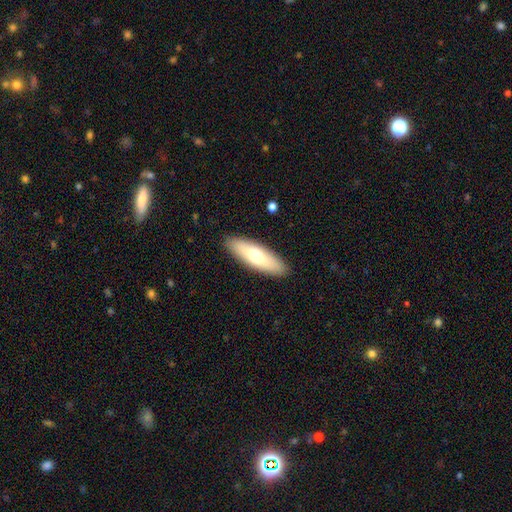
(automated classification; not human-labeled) Smooth or featured? Predicted: smooth (p=0.67). How rounded? Predicted: in between (p=0.50). Merging? Predicted: none (p=0.90).